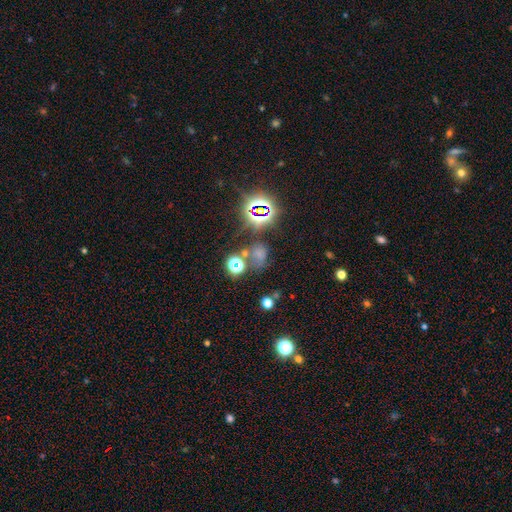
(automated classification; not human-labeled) The model was most divided on "smooth or featured": star or artifact: 66%, smooth: 23%, featured or disk: 11%.